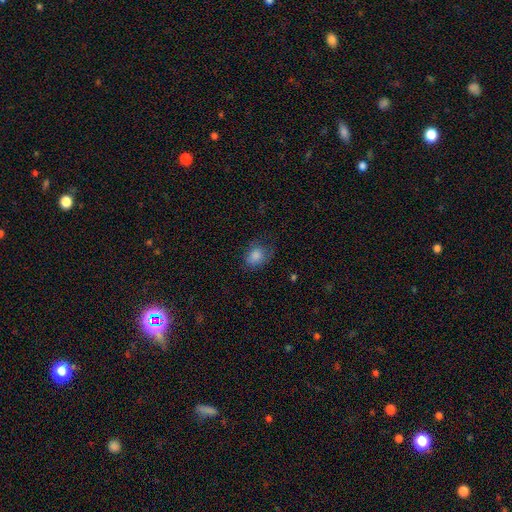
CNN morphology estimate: smooth 84%, star or artifact 10%, featured or disk 7%. Down the decision tree: how rounded — in between (53%); merging — none (64%).